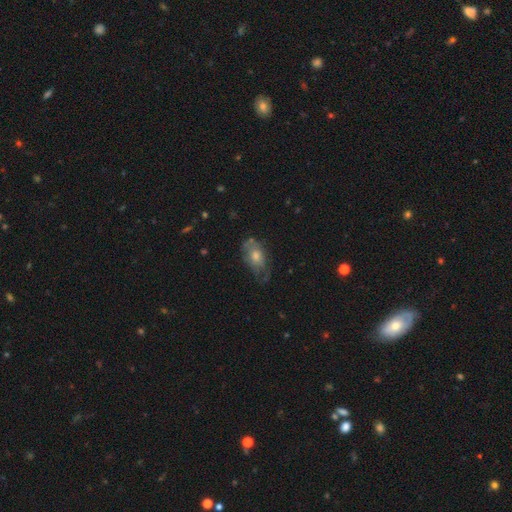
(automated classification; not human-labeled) smooth 52%, featured or disk 40%, star or artifact 8%. Down the decision tree: how rounded — in between (85%); merging — none (44%).